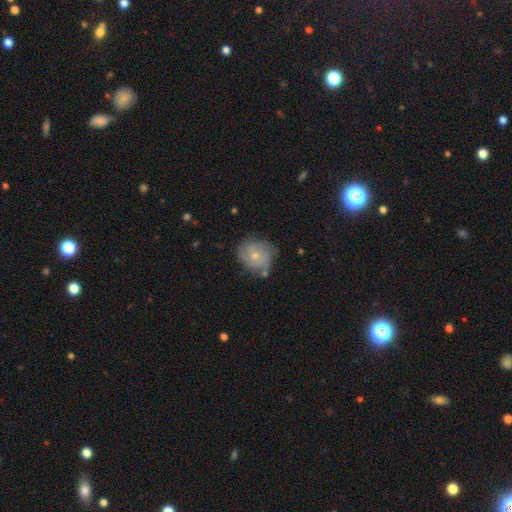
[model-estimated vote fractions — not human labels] featured or disk 55%, smooth 37%, star or artifact 8%. Down the decision tree: edge-on disk — no (97%); bar — no (80%); spiral arms — yes (75%); bulge size — small (51%); merging — none (59%).